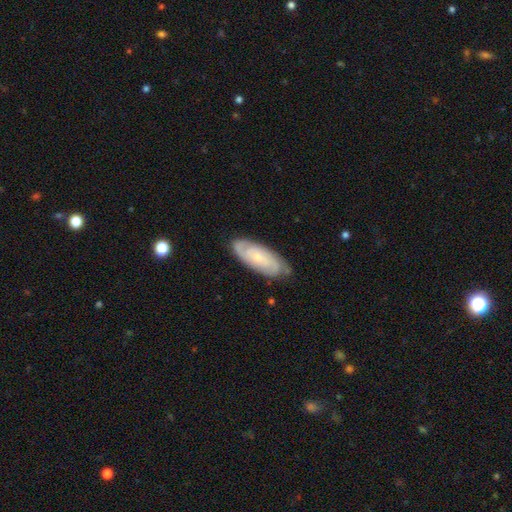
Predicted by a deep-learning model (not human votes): This is likely a featured or disk galaxy (74%). It is clearly not viewed edge-on (92%). Bar: likely no (66%). Spiral arm pattern: clearly yes (95%). Spiral arm count: possibly 2 (56%). Spiral winding: likely tight (66%). Central bulge: likely small (71%). Merging: likely none (80%).